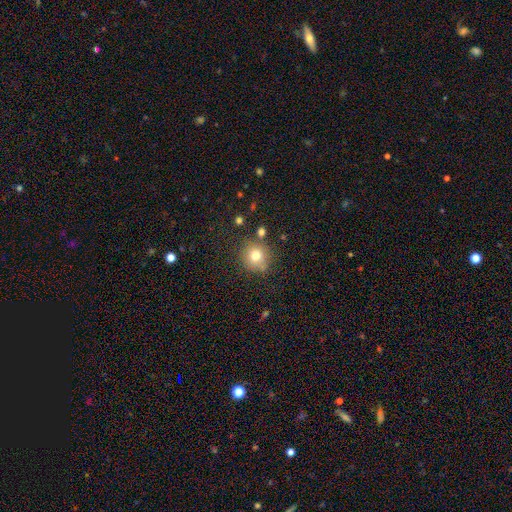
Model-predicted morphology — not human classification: A smooth galaxy with no disk features (76%) that is round (90%). Merging: none (79%).